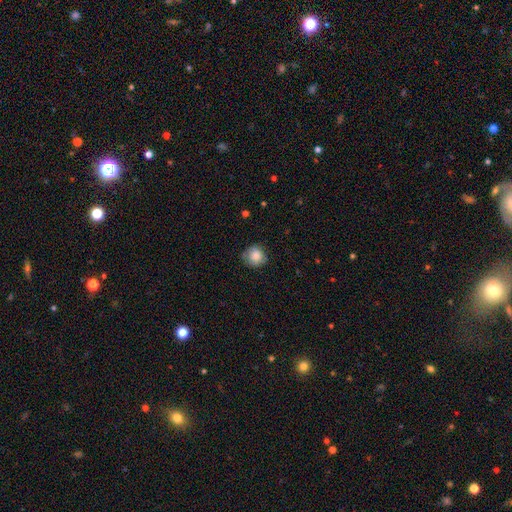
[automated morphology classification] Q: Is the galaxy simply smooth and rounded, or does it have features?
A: smooth — 81%.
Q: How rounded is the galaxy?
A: round — 88%.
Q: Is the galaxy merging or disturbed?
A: none — 75%.